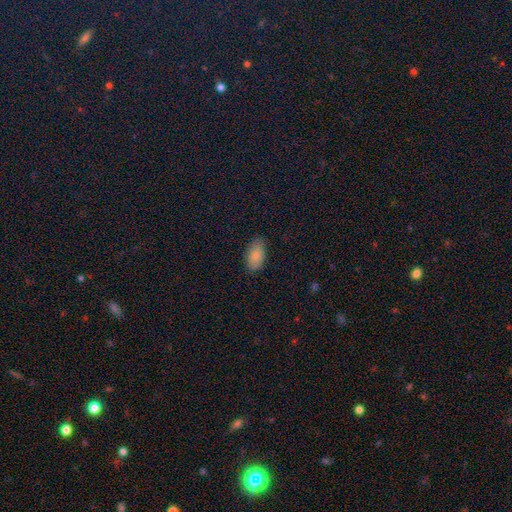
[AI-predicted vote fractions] The model was most divided on "merging": none: 81%, minor disturbance: 15%, major disturbance: 3%, merger: 1%. More confident: how rounded — in between (94%); smooth or featured — smooth (83%).